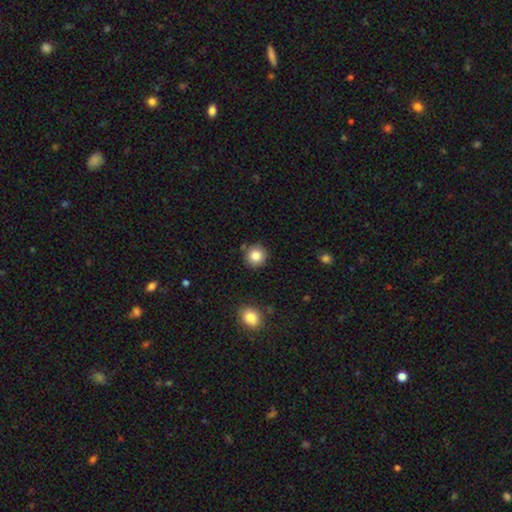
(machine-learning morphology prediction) This is clearly a smooth galaxy (84%). How rounded: clearly round (93%). Merging: clearly none (86%).